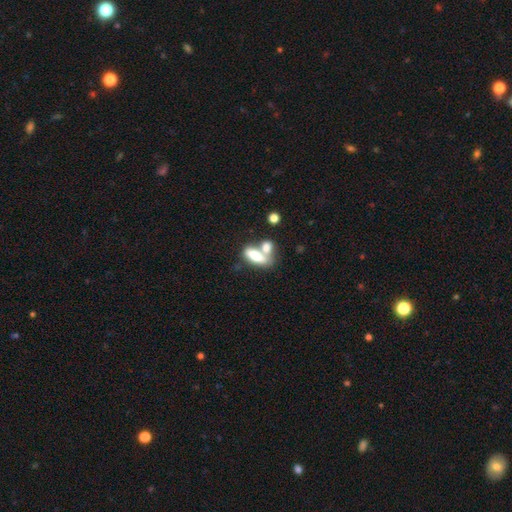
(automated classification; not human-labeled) This appears to be a smooth galaxy with no disk features (69%) that is in between round and cigar-shaped (69%). Merging: merger (52%).